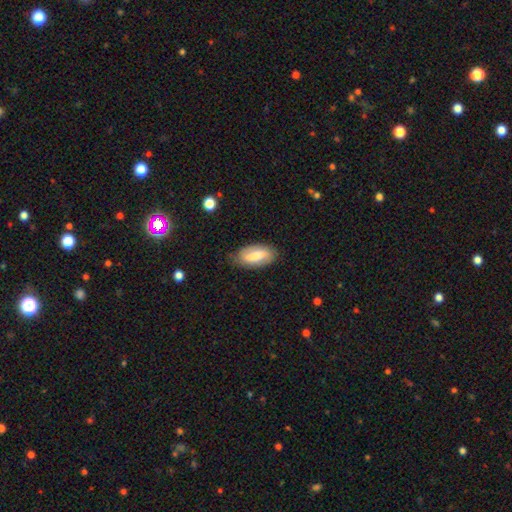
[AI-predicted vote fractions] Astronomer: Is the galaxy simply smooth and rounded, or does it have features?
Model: smooth — 56% (runner-up: featured or disk, 37%).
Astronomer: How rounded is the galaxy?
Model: in between — 90%.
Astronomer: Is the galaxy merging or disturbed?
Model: none — 79%.